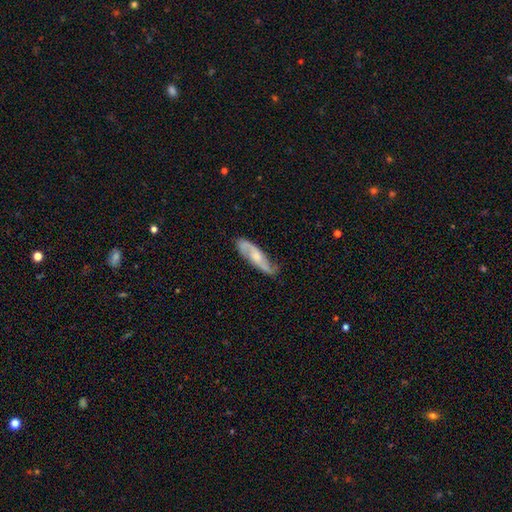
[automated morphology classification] smooth-or-featured: featured or disk: 71% | smooth: 23% | star or artifact: 6%
  disk-edge-on: no: 81% | yes: 19%
    bar: no: 57% | weak: 34% | strong: 9%
    has-spiral-arms: yes: 93% | no: 7%
      spiral-winding: loose: 42% | medium: 41% | tight: 17%
      spiral-arm-count: 2: 88% | can't tell: 6% | 1: 2% | 3: 1% | 4: 1% | more than 4: 1%
    bulge-size: moderate: 47% | small: 41% | none: 7% | large: 5% | dominant: 1%
  merging: none: 76% | minor disturbance: 18% | major disturbance: 4% | merger: 2%